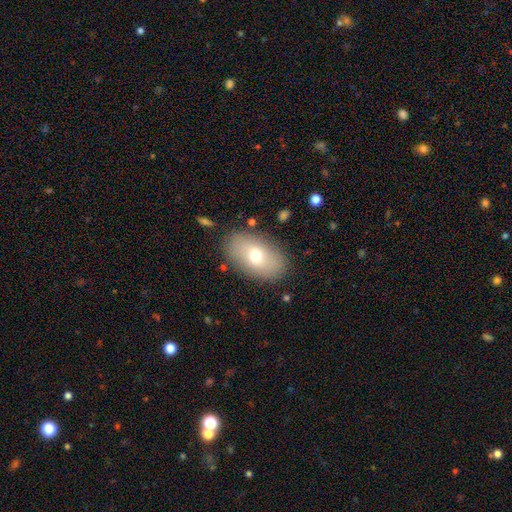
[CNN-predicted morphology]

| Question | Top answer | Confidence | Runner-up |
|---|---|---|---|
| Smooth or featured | smooth | 67% | featured or disk (24%) |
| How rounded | in between | 91% | round (8%) |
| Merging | none | 84% | minor disturbance (10%) |